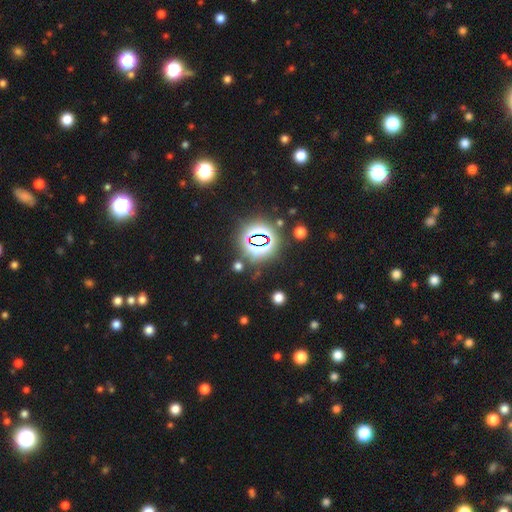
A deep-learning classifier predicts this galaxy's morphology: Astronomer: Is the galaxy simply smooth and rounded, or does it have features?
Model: star or artifact — 79%.